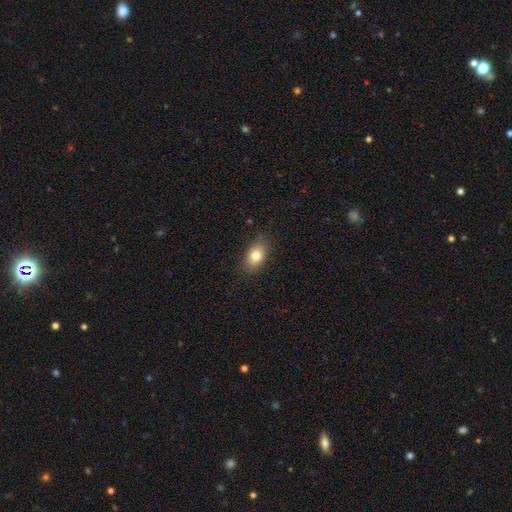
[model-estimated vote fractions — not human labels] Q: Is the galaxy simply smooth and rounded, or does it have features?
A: smooth — 80%.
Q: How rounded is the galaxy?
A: in between — 84%.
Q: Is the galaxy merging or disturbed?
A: none — 84%.